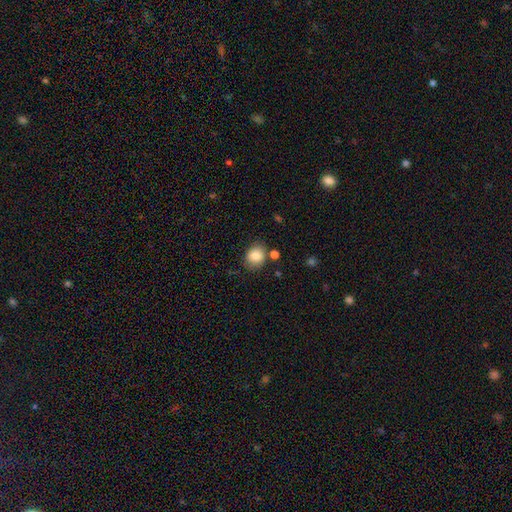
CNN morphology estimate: Smooth or featured: smooth — 84% (star or artifact — 9%)
How rounded: round — 65% (in between — 34%)
Merging: none — 76% (minor disturbance — 13%)